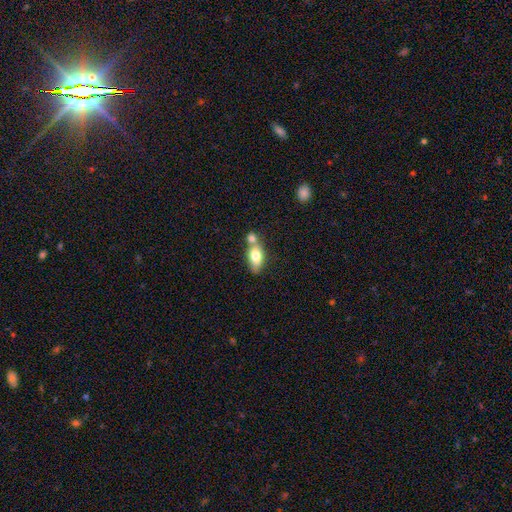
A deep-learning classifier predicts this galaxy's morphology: smooth 74%, featured or disk 19%, star or artifact 7%. Down the decision tree: how rounded — in between (83%); merging — merger (44%).